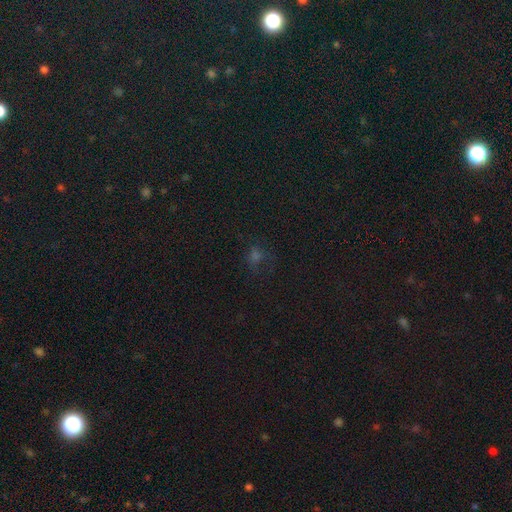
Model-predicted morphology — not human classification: A smooth galaxy with no disk features (44%).

Vote fractions:
- Smooth or featured? smooth: 44% / star or artifact: 42% / featured or disk: 13%
- Merging? none: 59% / minor disturbance: 20% / major disturbance: 19% / merger: 3%